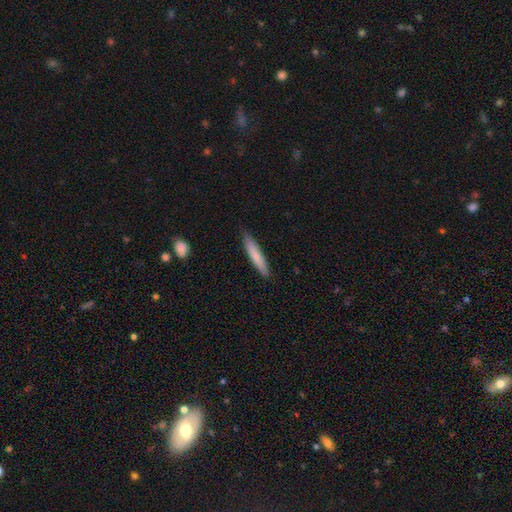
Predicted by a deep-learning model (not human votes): smooth-or-featured: smooth: 75% | featured or disk: 20% | star or artifact: 6%
  how-rounded: cigar-shaped: 92% | in between: 7% | round: 1%
  merging: none: 85% | minor disturbance: 12% | major disturbance: 2% | merger: 1%